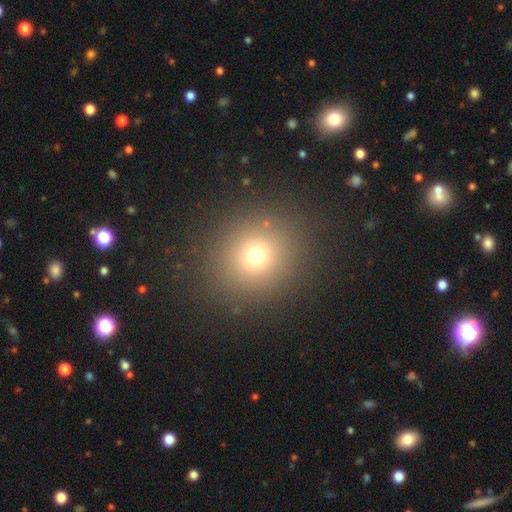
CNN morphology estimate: smooth_or_featured: smooth (p=0.70) [alt: star or artifact p=0.21]
how_rounded: round (p=0.88) [alt: in between p=0.11]
merging: none (p=0.88) [alt: minor disturbance p=0.07]